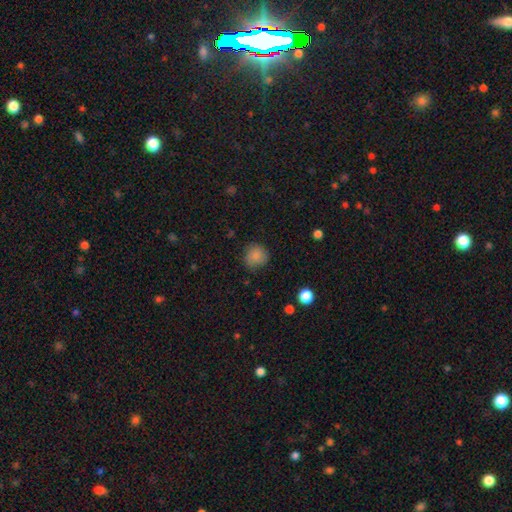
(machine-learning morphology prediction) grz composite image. It shows a smooth galaxy with no disk features (84%) that is round (89%). Merging: none (79%).